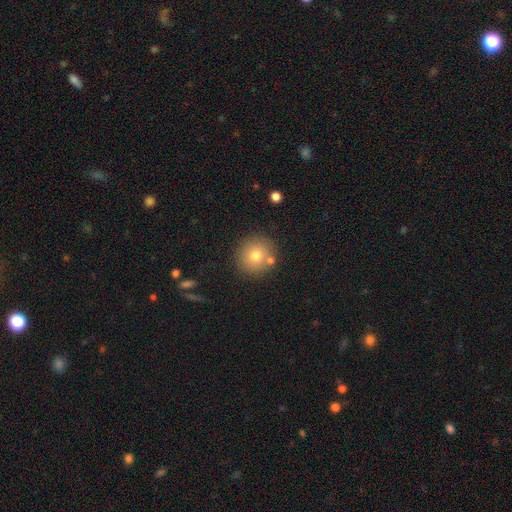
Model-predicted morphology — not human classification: Q: Smooth or featured?
A: smooth (75%); runner-up: featured or disk (13%)
Q: How rounded?
A: round (92%); runner-up: in between (7%)
Q: Merging?
A: none (80%); runner-up: merger (9%)